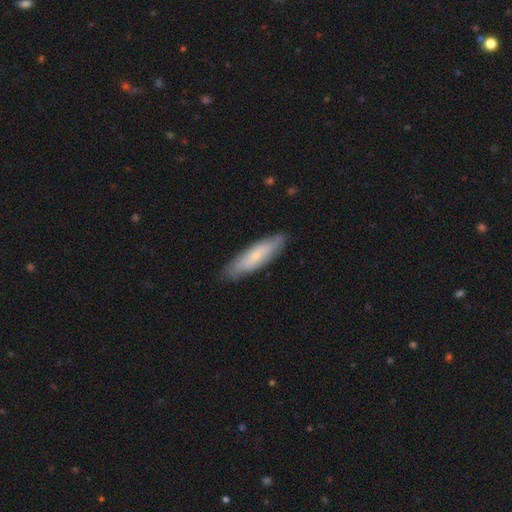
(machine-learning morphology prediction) Smooth or featured? Predicted: smooth (p=0.59). How rounded? Predicted: cigar-shaped (p=0.66). Merging? Predicted: none (p=0.84).